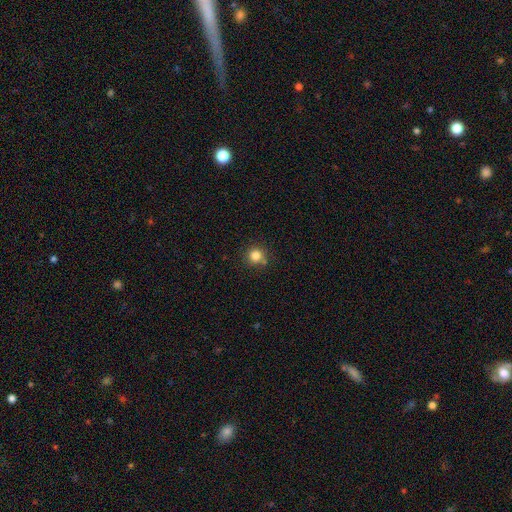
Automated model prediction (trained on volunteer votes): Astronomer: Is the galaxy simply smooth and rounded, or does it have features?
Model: smooth — 83%.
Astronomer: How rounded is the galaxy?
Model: round — 93%.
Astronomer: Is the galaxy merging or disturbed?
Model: none — 78%.